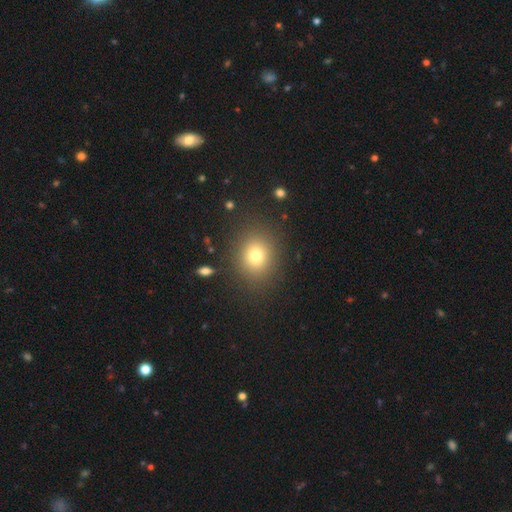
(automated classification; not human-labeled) Smooth or featured?
  - smooth: 75% *
  - star or artifact: 15%
  - featured or disk: 10%
How rounded?
  - round: 72% *
  - in between: 27%
  - cigar-shaped: 1%
Merging?
  - none: 87% *
  - minor disturbance: 8%
  - major disturbance: 4%
  - merger: 2%